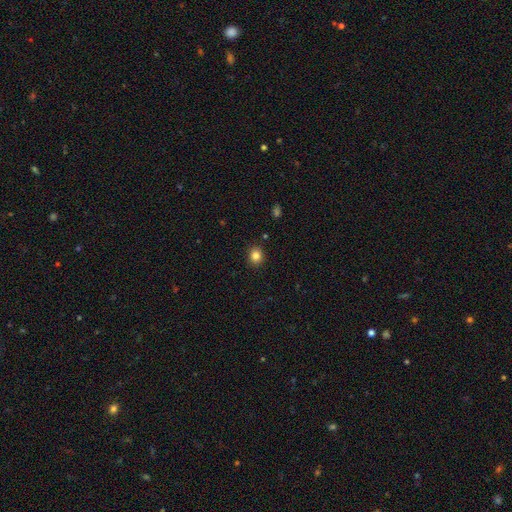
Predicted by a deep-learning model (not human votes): Q: Smooth or featured?
A: smooth (83%); runner-up: star or artifact (11%)
Q: How rounded?
A: round (77%); runner-up: in between (22%)
Q: Merging?
A: none (90%); runner-up: minor disturbance (7%)